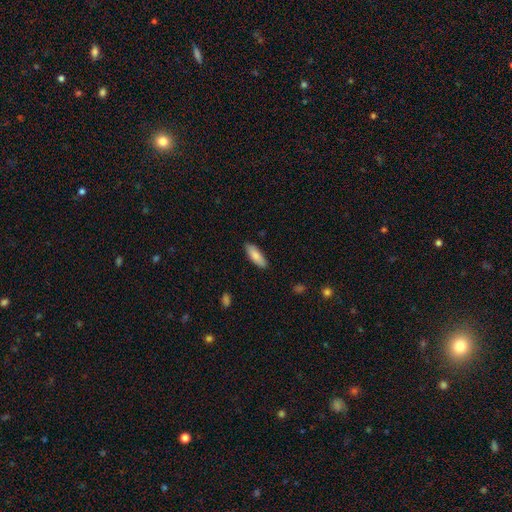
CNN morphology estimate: Smooth or featured? Predicted: smooth (p=0.84). How rounded? Predicted: in between (p=0.62). Merging? Predicted: none (p=0.87).